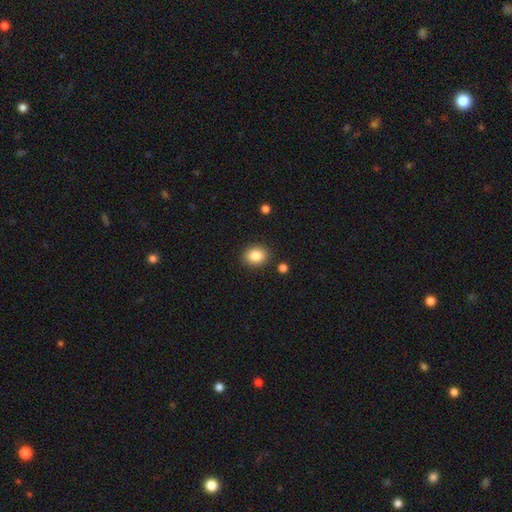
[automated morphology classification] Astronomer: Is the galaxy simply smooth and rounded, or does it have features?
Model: smooth — 85%.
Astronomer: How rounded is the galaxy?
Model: round — 63%.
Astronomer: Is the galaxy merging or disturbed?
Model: none — 88%.